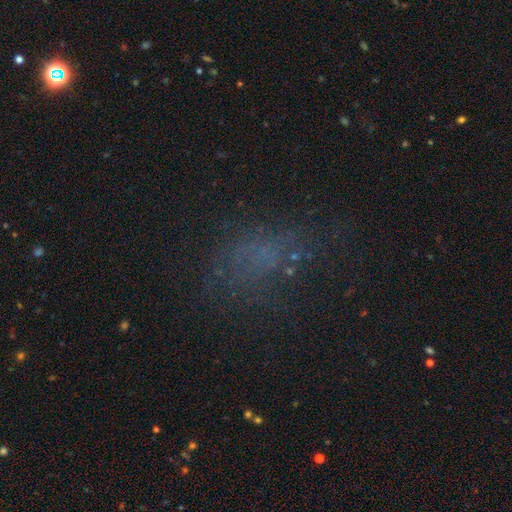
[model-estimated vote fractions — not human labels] smooth-or-featured: smooth: 44% | star or artifact: 35% | featured or disk: 21%
  merging: none: 55% | major disturbance: 22% | minor disturbance: 20% | merger: 3%